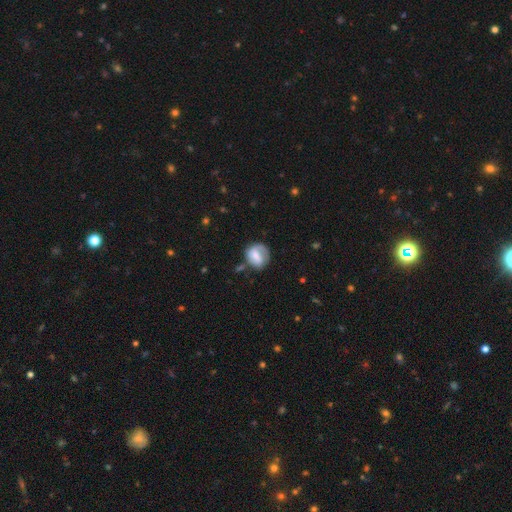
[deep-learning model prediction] Smooth or featured? Predicted: smooth (p=0.56). How rounded? Predicted: round (p=0.71). Merging? Predicted: none (p=0.54).